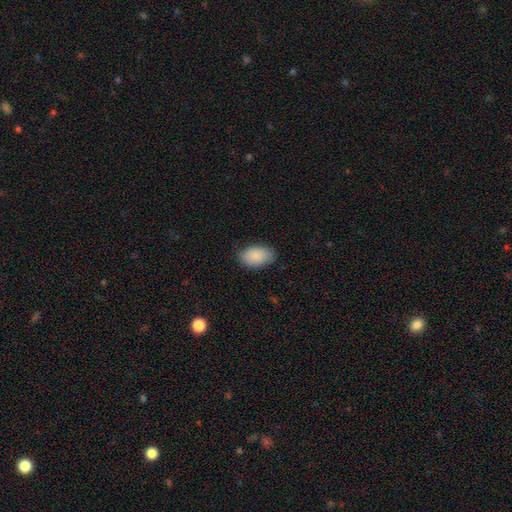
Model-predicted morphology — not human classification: Smooth or featured? smooth (88%)
How rounded? in between (92%)
Merging? none (80%)